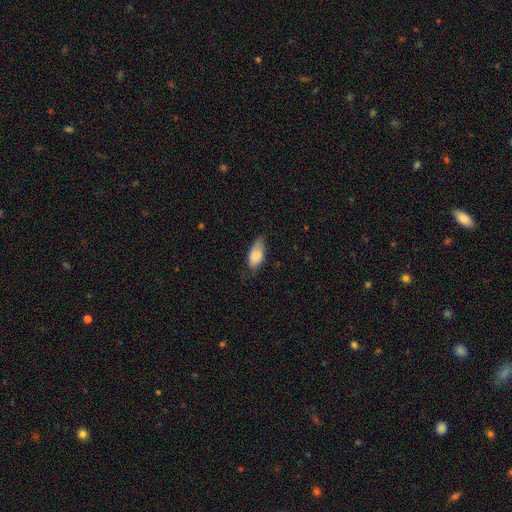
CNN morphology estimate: smooth 82%, featured or disk 11%, star or artifact 6%. Down the decision tree: how rounded — in between (89%); merging — none (55%).